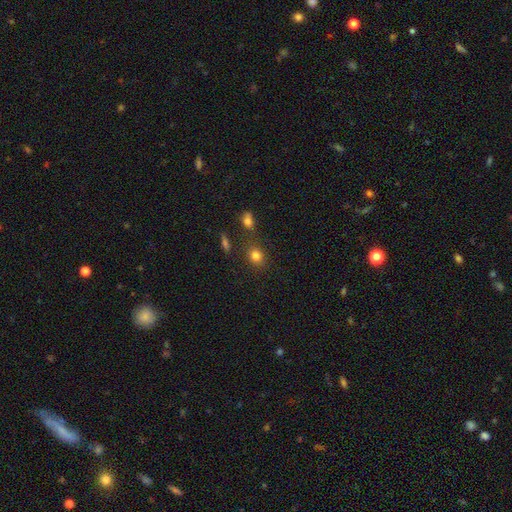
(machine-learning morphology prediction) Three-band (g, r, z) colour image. It shows a smooth galaxy with no disk features (81%) that is round (64%). Merging: none (75%).